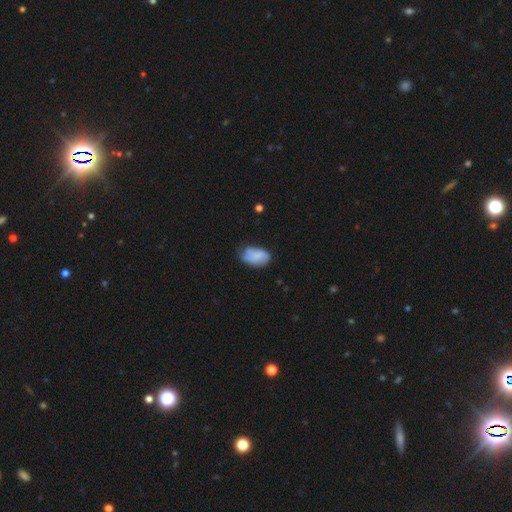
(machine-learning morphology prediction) The model was most divided on "merging": none: 57%, minor disturbance: 33%, major disturbance: 8%, merger: 3%. More confident: how rounded — in between (91%); smooth or featured — smooth (74%).